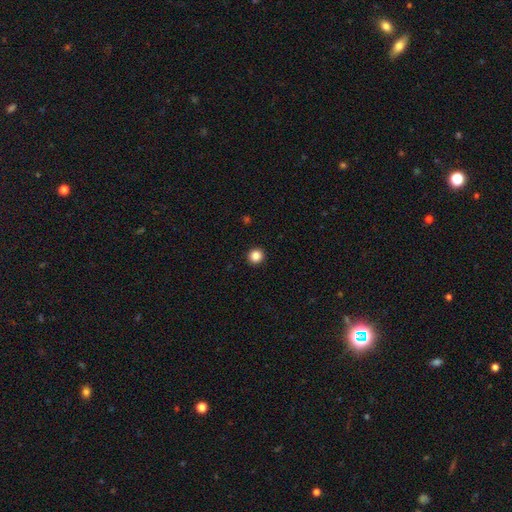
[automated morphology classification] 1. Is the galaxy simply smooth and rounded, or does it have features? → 86% smooth, 11% star or artifact, 4% featured or disk.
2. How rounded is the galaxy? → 93% round, 6% in between, 1% cigar-shaped.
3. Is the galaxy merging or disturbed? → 94% none, 4% minor disturbance, 1% major disturbance, 1% merger.